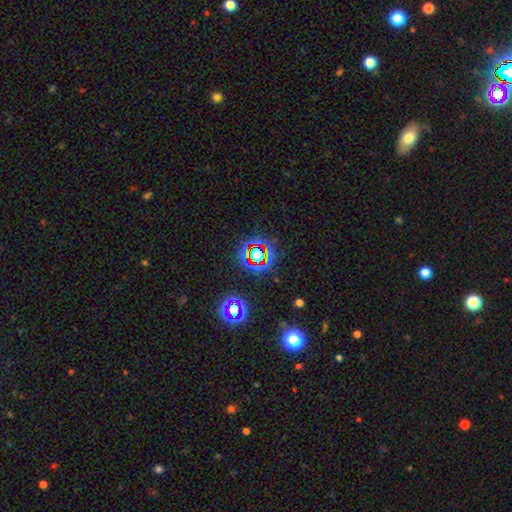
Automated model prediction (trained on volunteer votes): A star or artifact, not a galaxy (67%).